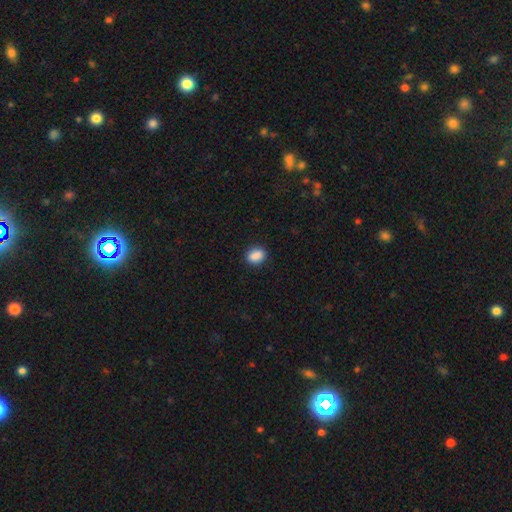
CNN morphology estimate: Smooth or featured? Predicted: smooth (p=0.88). How rounded? Predicted: in between (p=0.65). Merging? Predicted: none (p=0.87).